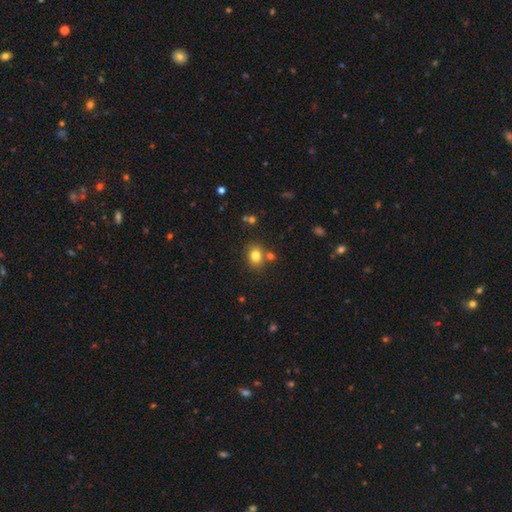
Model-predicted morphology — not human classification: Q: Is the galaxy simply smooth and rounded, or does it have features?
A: smooth — 81%.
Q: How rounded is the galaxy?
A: round — 51%.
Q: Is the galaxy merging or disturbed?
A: none — 72%.